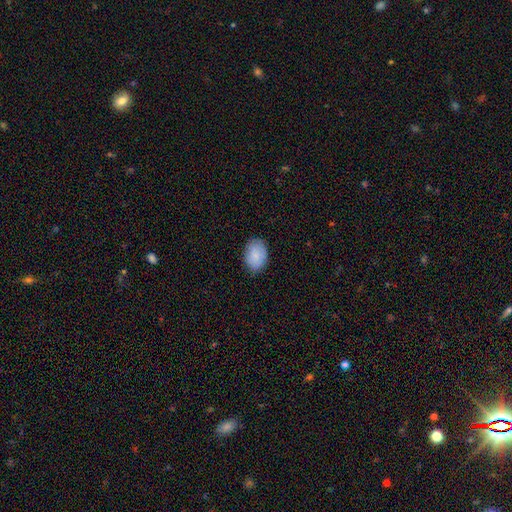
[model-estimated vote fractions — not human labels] A smooth galaxy with no disk features (86%) that is in between round and cigar-shaped (81%). Merging: none (80%).